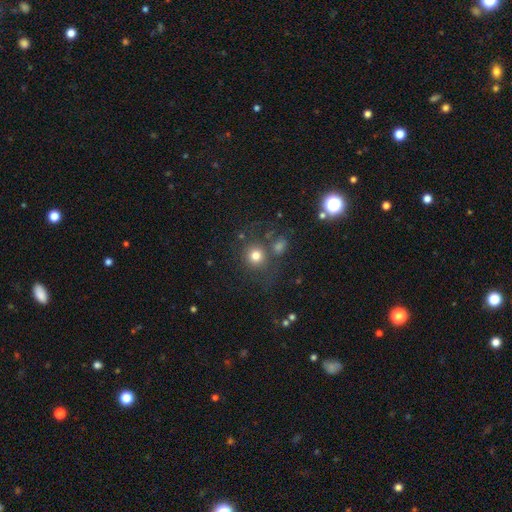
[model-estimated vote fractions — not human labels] Smooth or featured? Predicted: smooth (p=0.75). How rounded? Predicted: round (p=0.88). Merging? Predicted: none (p=0.67).